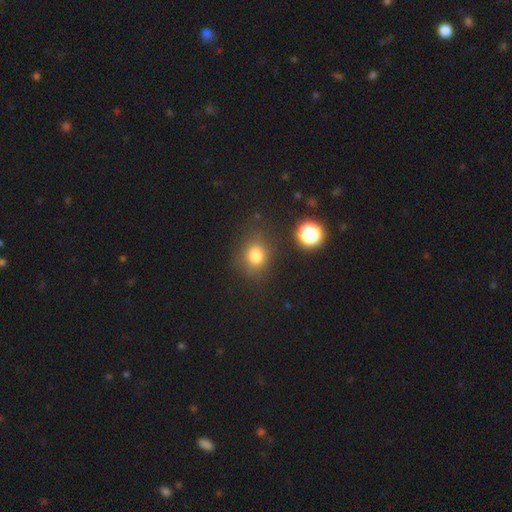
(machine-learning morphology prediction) Overall: smooth (79%). How rounded: round (57%; in between 42%). Merging: none (75%).